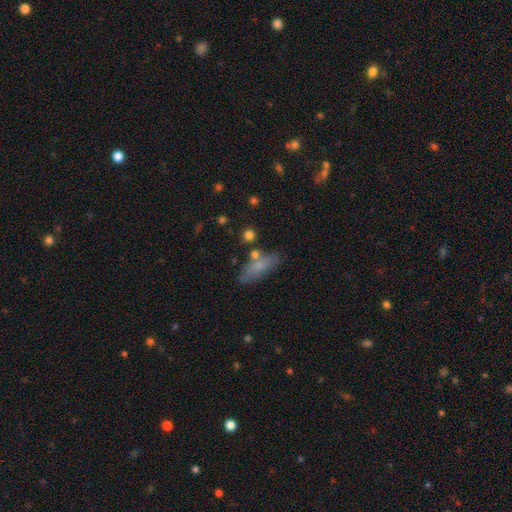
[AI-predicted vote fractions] Q: Smooth or featured?
A: smooth (76%); runner-up: featured or disk (15%)
Q: How rounded?
A: in between (59%); runner-up: cigar-shaped (31%)
Q: Merging?
A: none (67%); runner-up: minor disturbance (17%)